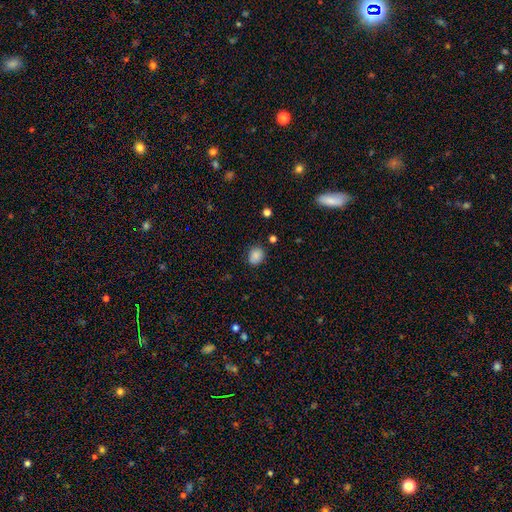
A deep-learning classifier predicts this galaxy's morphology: A smooth galaxy with no disk features (85%) that is round (58%). Merging: none (81%).